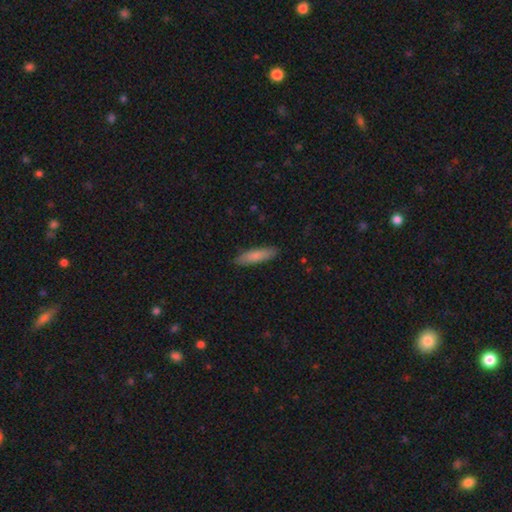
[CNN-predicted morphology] Smooth or featured: smooth — 81% (featured or disk — 13%)
How rounded: cigar-shaped — 71% (in between — 28%)
Merging: none — 88% (minor disturbance — 9%)